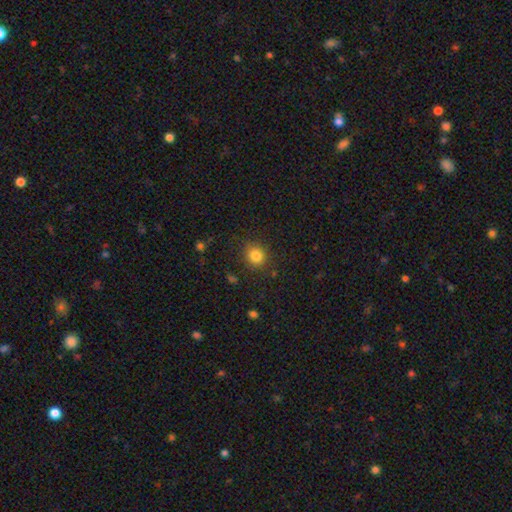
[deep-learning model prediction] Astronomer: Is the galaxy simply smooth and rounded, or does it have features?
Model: smooth — 82%.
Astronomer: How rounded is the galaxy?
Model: round — 82%.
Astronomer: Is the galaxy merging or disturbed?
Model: none — 85%.